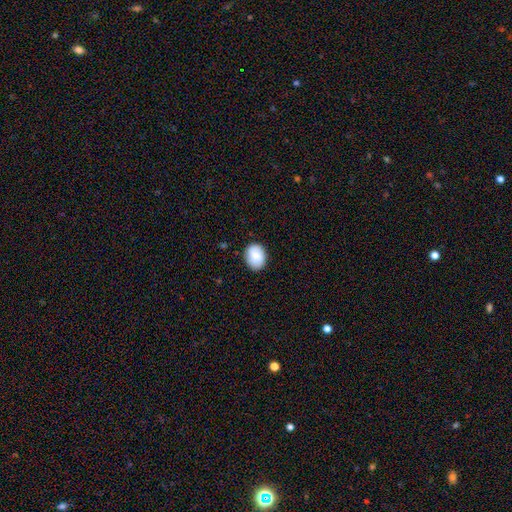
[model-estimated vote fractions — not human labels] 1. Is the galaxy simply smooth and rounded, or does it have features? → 81% smooth, 12% featured or disk, 7% star or artifact.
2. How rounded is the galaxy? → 57% in between, 42% round, 1% cigar-shaped.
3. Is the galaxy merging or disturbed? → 83% none, 13% minor disturbance, 3% major disturbance, 1% merger.